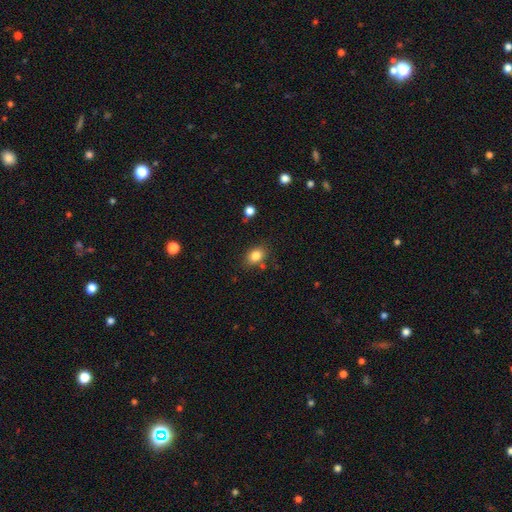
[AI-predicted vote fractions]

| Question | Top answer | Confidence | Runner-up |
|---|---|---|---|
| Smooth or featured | smooth | 83% | star or artifact (10%) |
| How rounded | in between | 69% | round (30%) |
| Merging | none | 77% | minor disturbance (14%) |